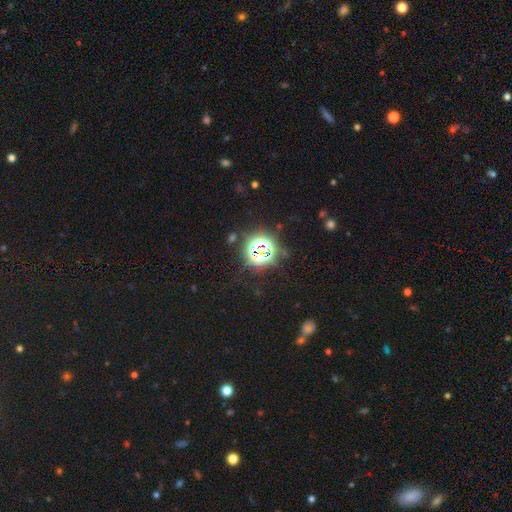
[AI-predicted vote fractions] smooth-or-featured: star or artifact: 76% | smooth: 15% | featured or disk: 8%